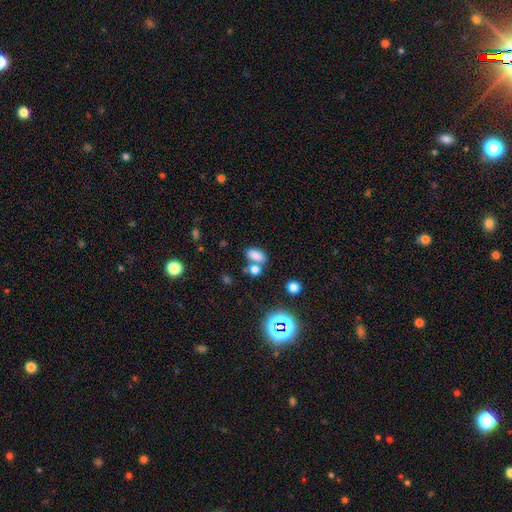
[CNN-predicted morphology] smooth-or-featured: smooth: 78% | star or artifact: 15% | featured or disk: 7%
  how-rounded: in between: 85% | round: 9% | cigar-shaped: 6%
  merging: none: 57% | merger: 27% | minor disturbance: 11% | major disturbance: 5%